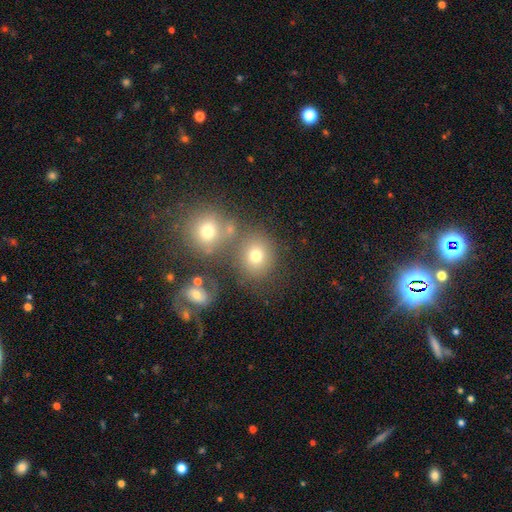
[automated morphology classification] smooth 73%, star or artifact 16%, featured or disk 11%. Down the decision tree: how rounded — round (79%); merging — none (64%).